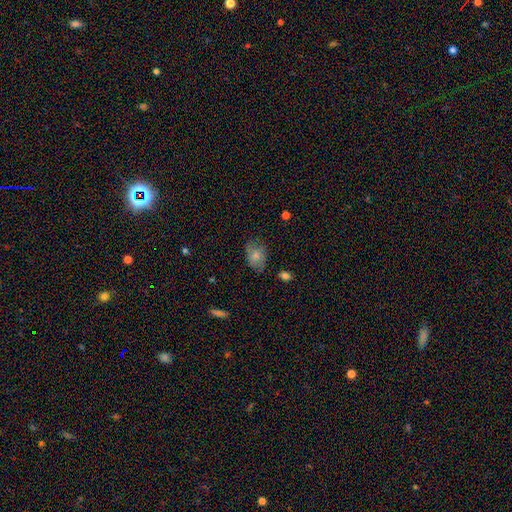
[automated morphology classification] smooth-or-featured: smooth: 76% | featured or disk: 16% | star or artifact: 8%
  how-rounded: in between: 83% | round: 15% | cigar-shaped: 1%
  merging: none: 68% | minor disturbance: 24% | major disturbance: 7% | merger: 2%